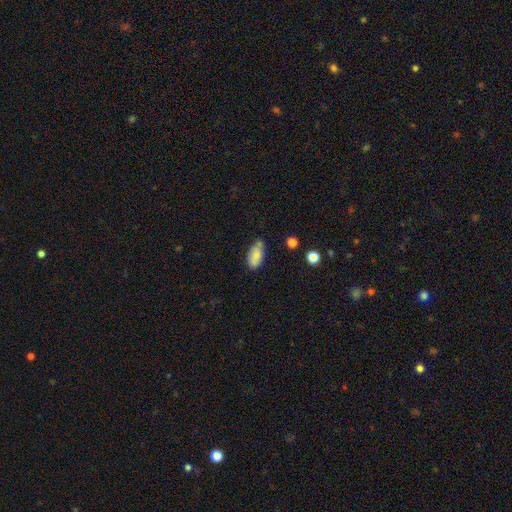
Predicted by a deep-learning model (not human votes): The model was most divided on "merging": none: 60%, minor disturbance: 28%, merger: 6%, major disturbance: 5%. More confident: how rounded — in between (93%); smooth or featured — smooth (78%).